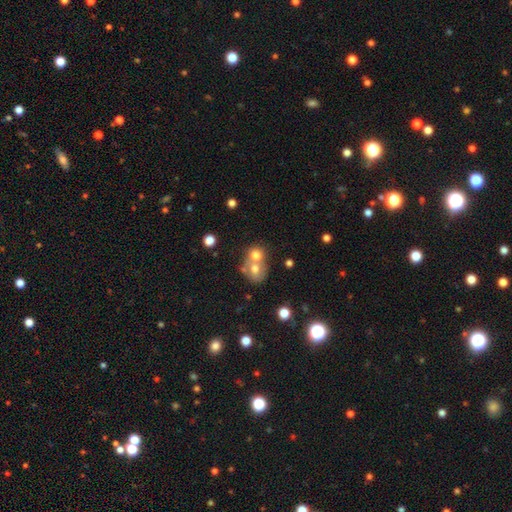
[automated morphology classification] Smooth or featured? Predicted: smooth (p=0.68). How rounded? Predicted: round (p=0.68). Merging? Predicted: merger (p=0.64).